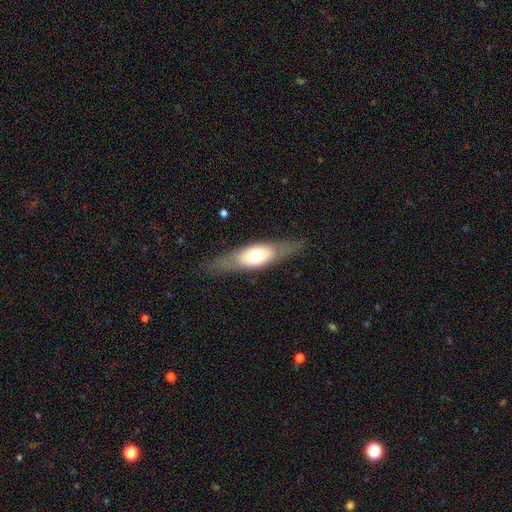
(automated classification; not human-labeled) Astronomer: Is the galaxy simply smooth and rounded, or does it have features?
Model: featured or disk — 47%, tied with smooth at 47%.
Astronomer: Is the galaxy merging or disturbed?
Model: none — 77%.